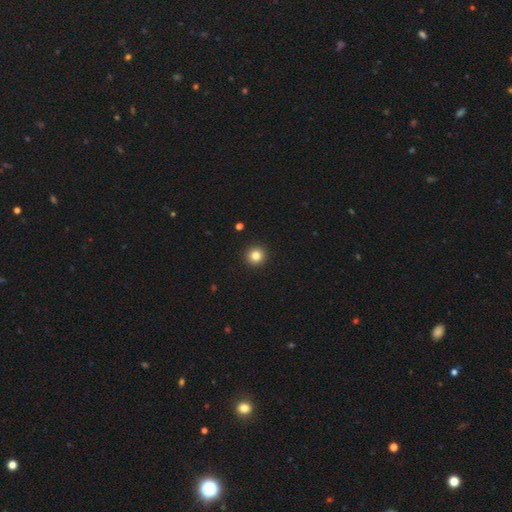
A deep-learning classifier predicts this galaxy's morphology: Smooth or featured: smooth — 83% (star or artifact — 11%)
How rounded: round — 95% (in between — 4%)
Merging: none — 94% (minor disturbance — 4%)